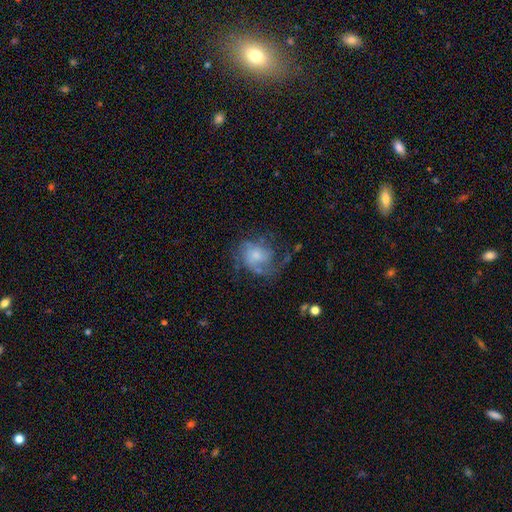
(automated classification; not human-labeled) Smooth or featured: featured or disk — 62% (smooth — 30%)
Edge-on disk: no — 98% (yes — 2%)
Bar: no — 71% (weak — 26%)
Spiral arms: yes — 80% (no — 20%)
Bulge size: moderate — 41% (small — 36%)
Merging: none — 44% (major disturbance — 32%)